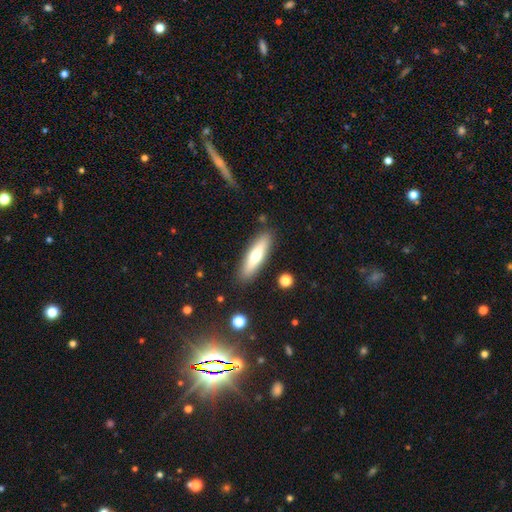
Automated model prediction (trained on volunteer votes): Overall: smooth (57%; featured or disk 37%). How rounded: cigar-shaped (69%). Merging: none (87%).